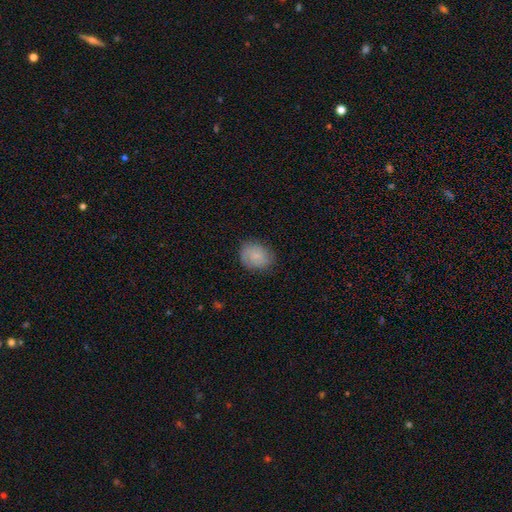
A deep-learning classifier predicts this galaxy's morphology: A smooth galaxy with no disk features (78%) that is round (51%). Merging: none (77%).